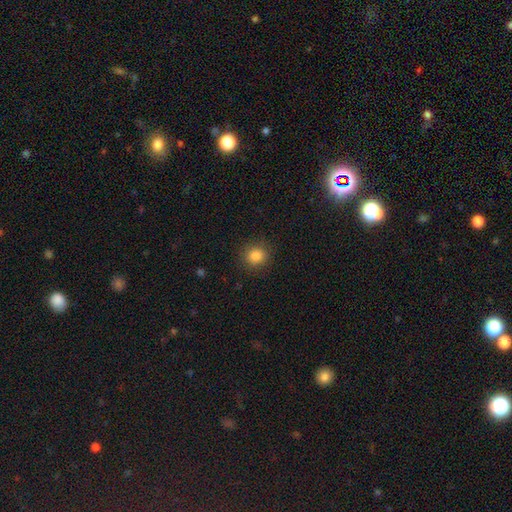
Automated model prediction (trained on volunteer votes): This appears to be a smooth galaxy with no disk features (85%) that is round (89%). Merging: none (90%).